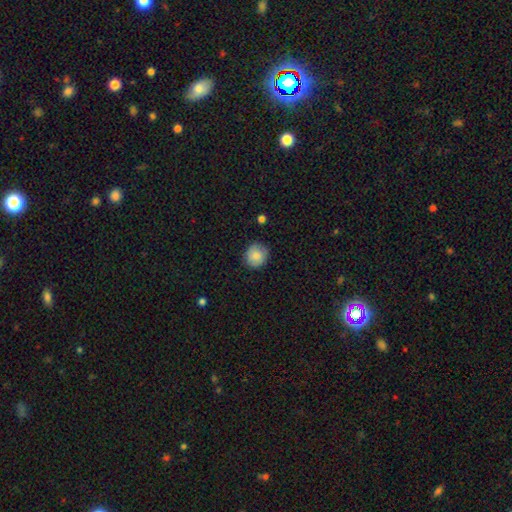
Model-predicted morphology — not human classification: Overall: smooth (82%). How rounded: round (85%). Merging: none (80%).